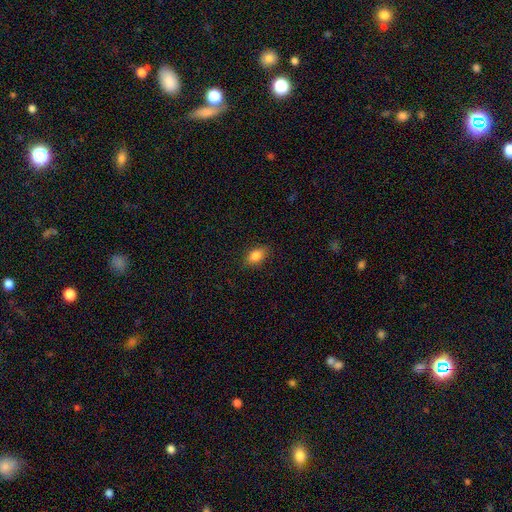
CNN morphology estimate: smooth-or-featured: smooth: 84% | star or artifact: 9% | featured or disk: 7%
  how-rounded: in between: 86% | round: 12% | cigar-shaped: 2%
  merging: none: 85% | minor disturbance: 11% | major disturbance: 2% | merger: 1%